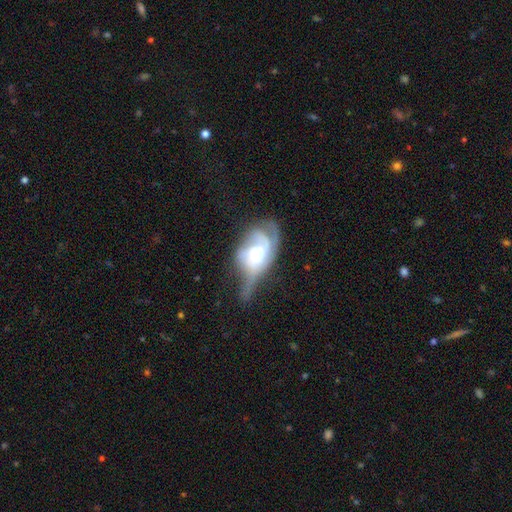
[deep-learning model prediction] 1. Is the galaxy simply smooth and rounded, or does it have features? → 66% featured or disk, 26% smooth, 8% star or artifact.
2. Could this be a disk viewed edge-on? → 92% no, 8% yes.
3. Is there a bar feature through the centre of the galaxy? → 71% no, 22% weak, 7% strong.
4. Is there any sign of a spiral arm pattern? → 68% yes, 32% no.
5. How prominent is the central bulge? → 40% large, 26% moderate, 12% small, 12% none, 10% dominant.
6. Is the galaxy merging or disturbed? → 47% major disturbance, 25% minor disturbance, 19% none, 9% merger.